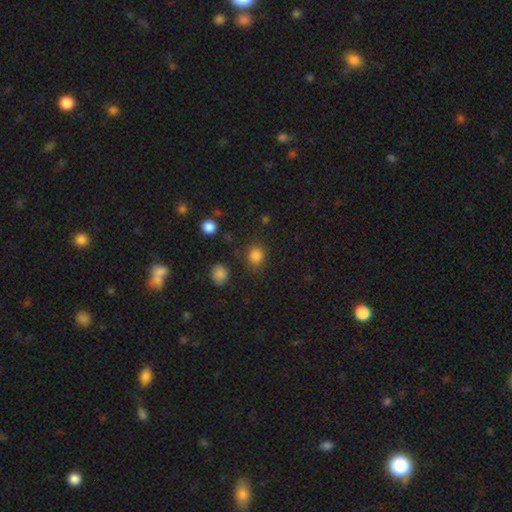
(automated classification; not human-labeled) smooth_or_featured: smooth (p=0.83) [alt: star or artifact p=0.14]
how_rounded: round (p=0.77) [alt: in between p=0.22]
merging: none (p=0.80) [alt: minor disturbance p=0.13]